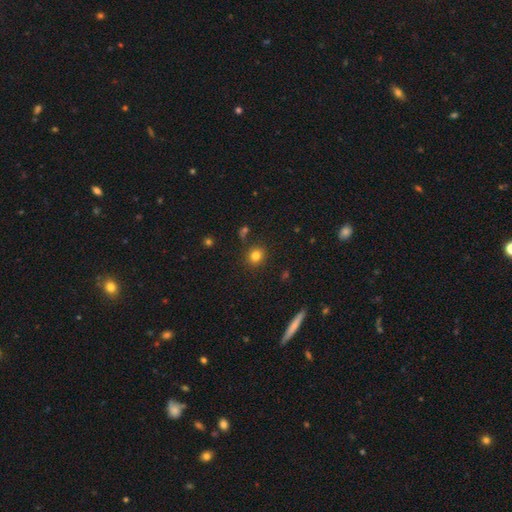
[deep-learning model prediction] Smooth or featured? smooth (81%)
How rounded? round (83%)
Merging? none (86%)